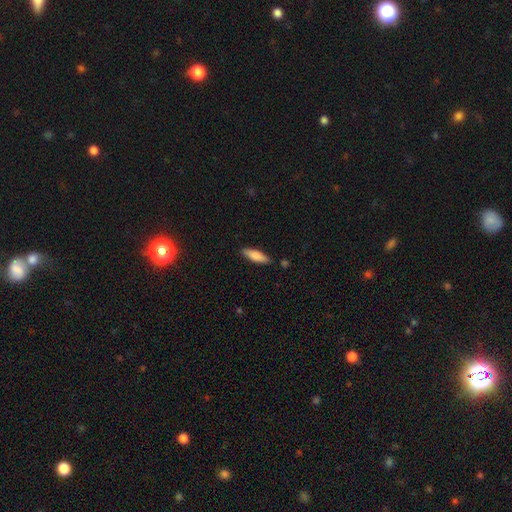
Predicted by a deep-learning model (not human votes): Overall: smooth (77%). How rounded: cigar-shaped (55%; in between 43%). Merging: none (85%).